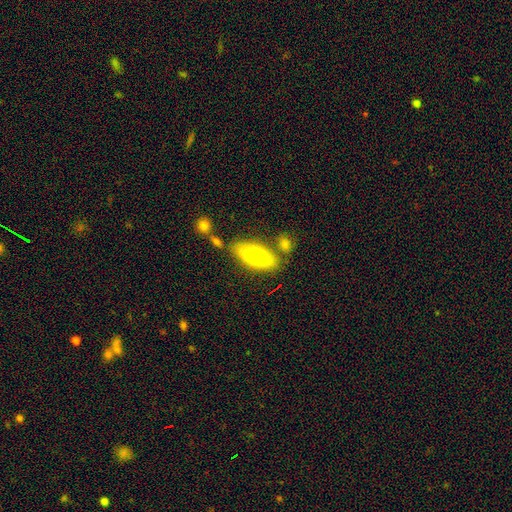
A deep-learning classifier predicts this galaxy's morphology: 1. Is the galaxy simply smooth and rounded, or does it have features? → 74% smooth, 20% featured or disk, 6% star or artifact.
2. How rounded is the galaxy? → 87% in between, 10% cigar-shaped, 3% round.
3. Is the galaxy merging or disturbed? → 70% none, 16% minor disturbance, 10% merger, 4% major disturbance.